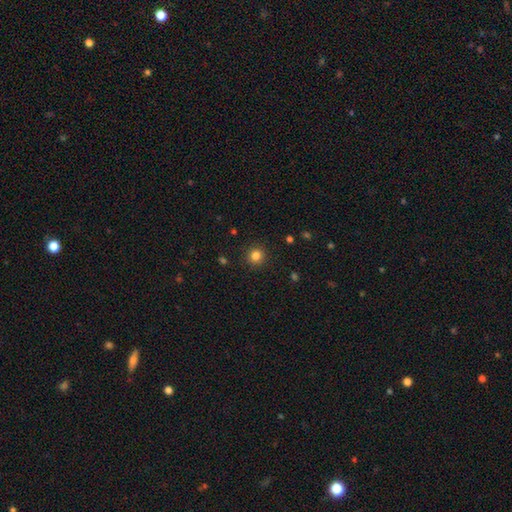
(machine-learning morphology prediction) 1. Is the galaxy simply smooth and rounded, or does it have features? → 83% smooth, 12% star or artifact, 4% featured or disk.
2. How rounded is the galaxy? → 94% round, 5% in between, 1% cigar-shaped.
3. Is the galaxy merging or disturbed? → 92% none, 5% minor disturbance, 2% major disturbance, 1% merger.